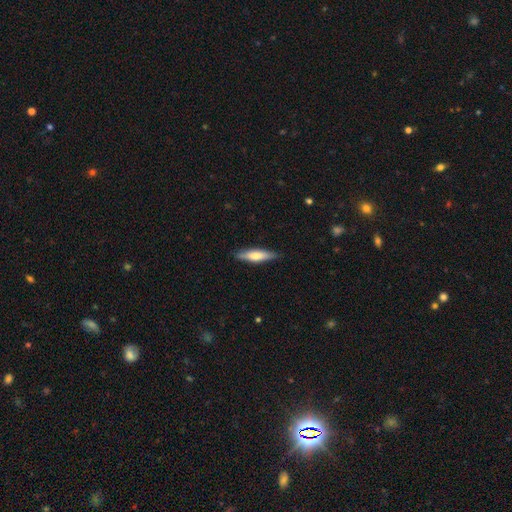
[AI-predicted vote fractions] This appears to be a smooth galaxy with no disk features (60%) that is cigar-shaped (76%). Merging: none (87%).